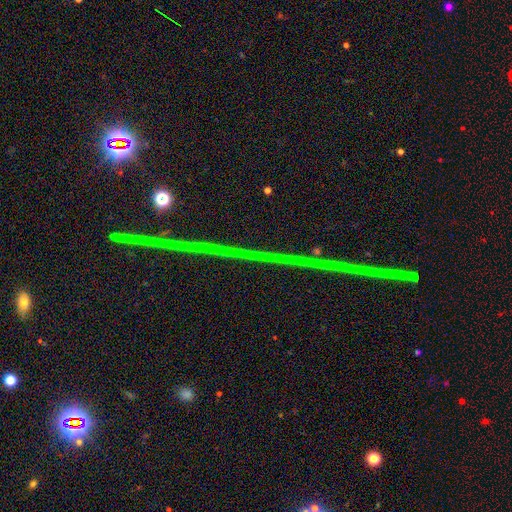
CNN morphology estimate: A star or artifact, not a galaxy (87%).